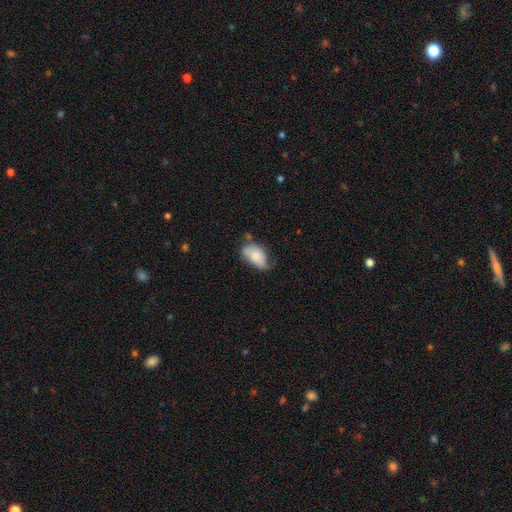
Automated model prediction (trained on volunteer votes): Smooth or featured?
  - smooth: 70% *
  - featured or disk: 23%
  - star or artifact: 7%
How rounded?
  - in between: 92% *
  - round: 6%
  - cigar-shaped: 2%
Merging?
  - minor disturbance: 39% *
  - none: 37%
  - major disturbance: 17%
  - merger: 7%